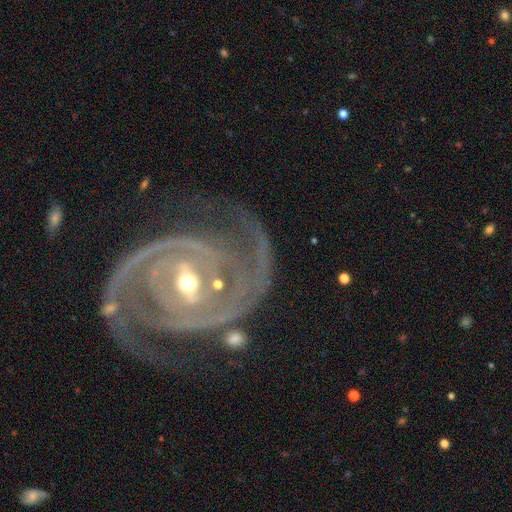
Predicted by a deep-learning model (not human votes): The model was most divided on "bar": weak: 38%, strong: 35%, no: 27%. More confident: spiral arms — yes (98%); edge-on disk — no (97%); smooth or featured — featured or disk (92%); spiral arm count — 2 (74%); merging — none (70%); spiral winding — tight (59%); bulge size — moderate (52%).